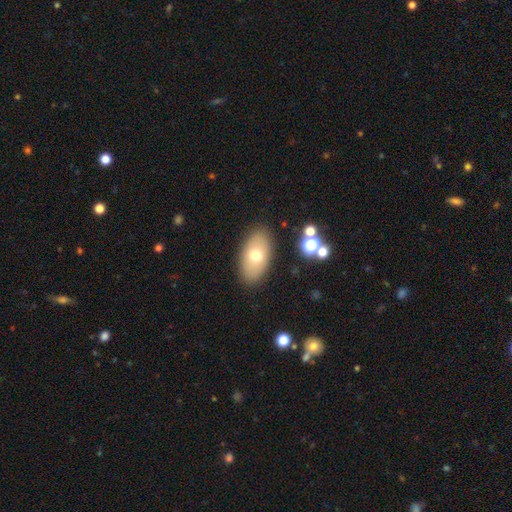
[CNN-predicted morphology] Smooth or featured?
  - smooth: 68% *
  - featured or disk: 24%
  - star or artifact: 9%
How rounded?
  - in between: 92% *
  - round: 6%
  - cigar-shaped: 2%
Merging?
  - none: 86% *
  - minor disturbance: 9%
  - major disturbance: 3%
  - merger: 2%